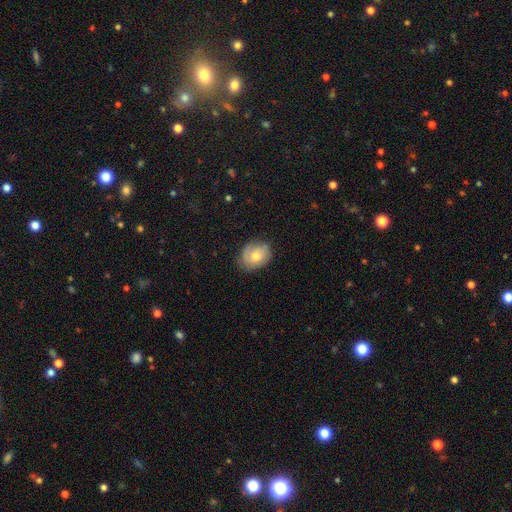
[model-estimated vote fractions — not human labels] This appears to be a smooth galaxy with no disk features (55%) that is round (50%). Merging: none (72%).